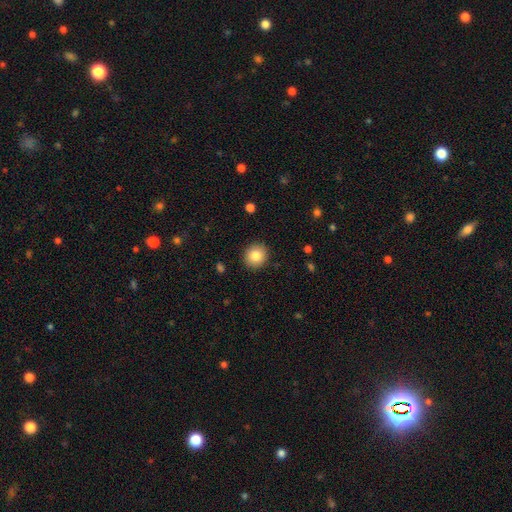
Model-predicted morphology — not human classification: smooth 83%, star or artifact 9%, featured or disk 8%. Down the decision tree: how rounded — round (87%); merging — none (91%).